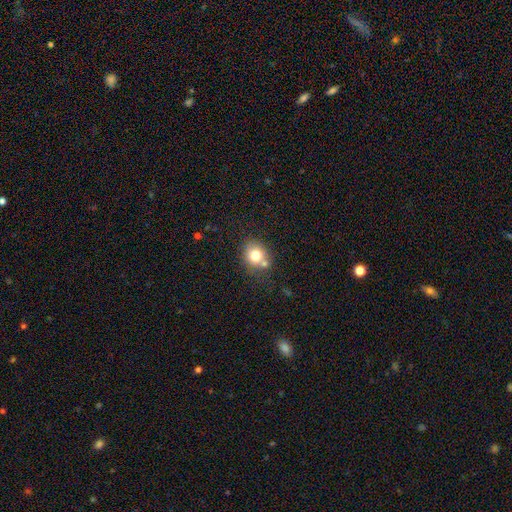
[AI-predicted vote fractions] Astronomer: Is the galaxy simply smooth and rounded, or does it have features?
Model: smooth — 77%.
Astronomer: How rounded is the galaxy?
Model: round — 77%.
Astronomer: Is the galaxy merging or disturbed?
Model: none — 64%.